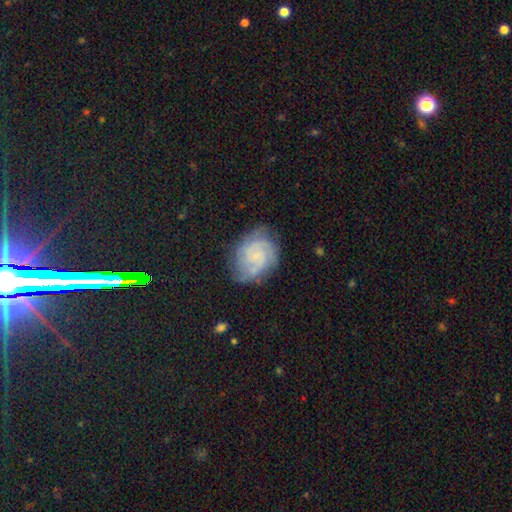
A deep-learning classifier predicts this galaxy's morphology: smooth_or_featured: featured or disk (p=0.73) [alt: smooth p=0.18]
disk_edge_on: no (p=0.98) [alt: yes p=0.02]
bar: no (p=0.70) [alt: weak p=0.26]
has_spiral_arms: yes (p=0.95) [alt: no p=0.05]
spiral_winding: tight (p=0.59) [alt: medium p=0.33]
spiral_arm_count: 3 (p=0.27) [tied with: can't tell p=0.27]
bulge_size: small (p=0.67) [alt: none p=0.21]
merging: none (p=0.72) [alt: minor disturbance p=0.20]